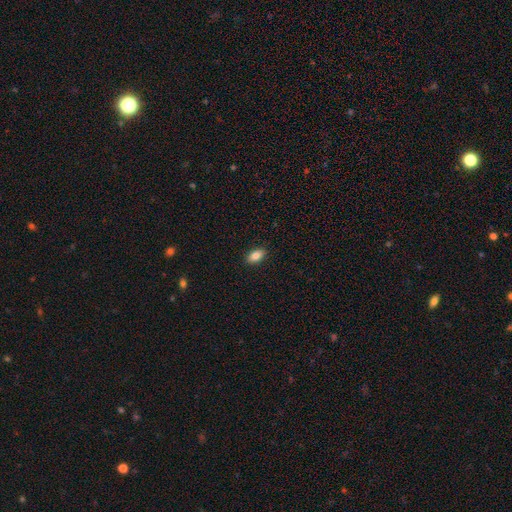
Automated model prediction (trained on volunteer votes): Overall: smooth (84%). How rounded: in between (91%). Merging: none (90%).